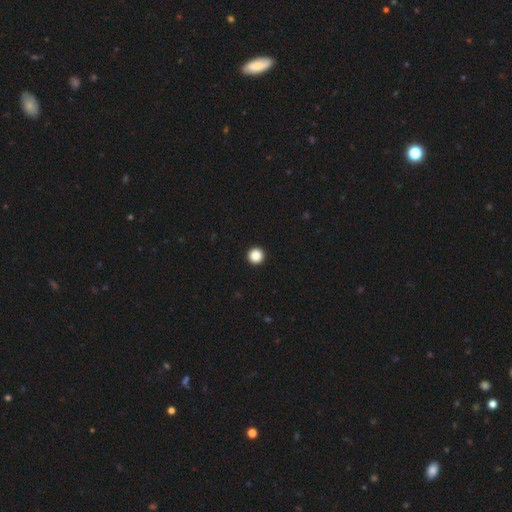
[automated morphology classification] Smooth or featured? smooth (87%)
How rounded? round (97%)
Merging? none (95%)